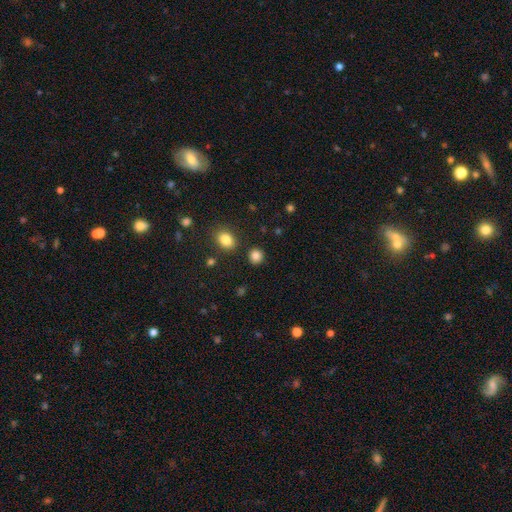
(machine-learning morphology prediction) Smooth or featured: smooth — 85% (star or artifact — 11%)
How rounded: round — 84% (in between — 15%)
Merging: none — 87% (minor disturbance — 7%)